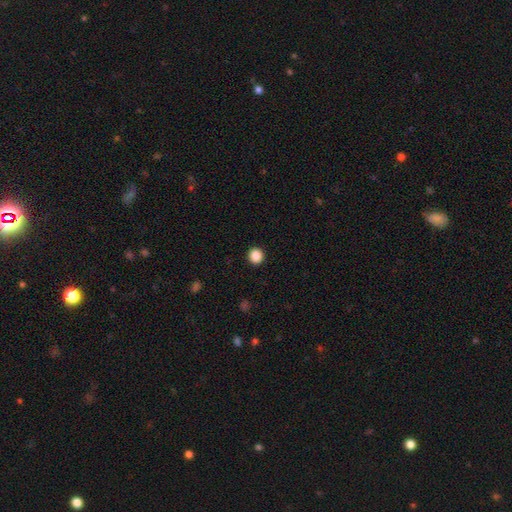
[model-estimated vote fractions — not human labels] The model was most divided on "smooth or featured": smooth: 88%, star or artifact: 10%, featured or disk: 2%. More confident: merging — none (93%); how rounded — round (92%).